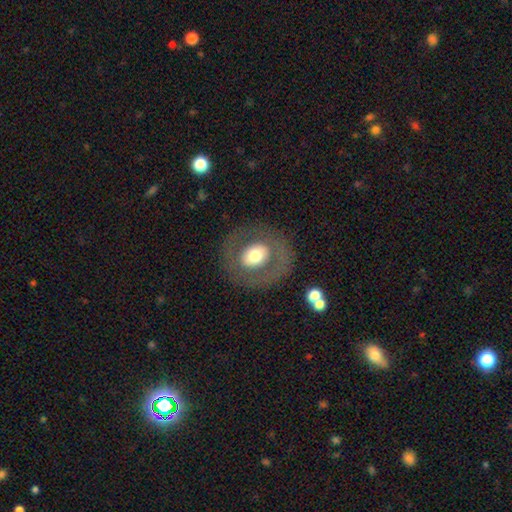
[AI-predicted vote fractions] Q: Smooth or featured?
A: smooth (50%); runner-up: featured or disk (43%)
Q: Merging?
A: none (82%); runner-up: minor disturbance (10%)